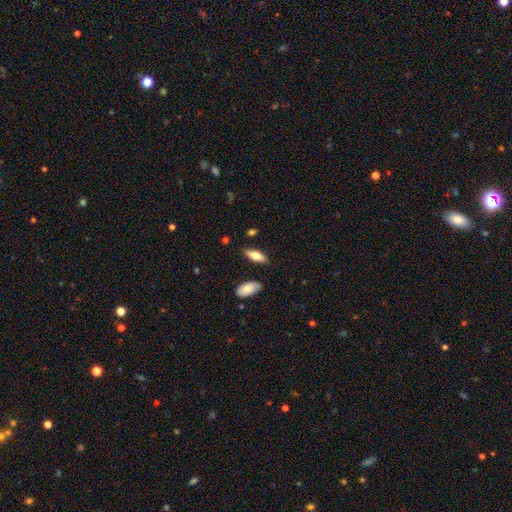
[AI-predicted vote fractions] Smooth or featured: smooth — 73% (featured or disk — 21%)
How rounded: in between — 73% (cigar-shaped — 25%)
Merging: none — 84% (minor disturbance — 11%)